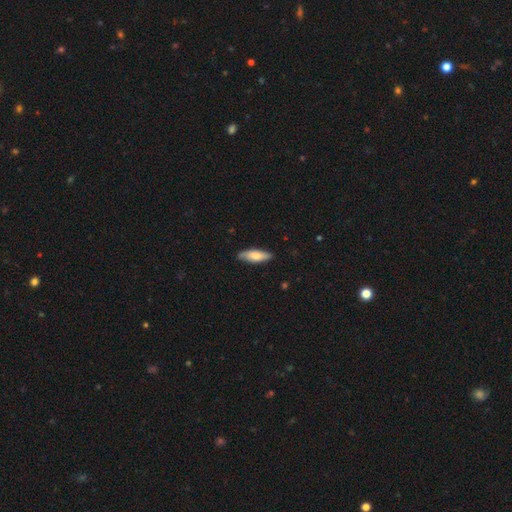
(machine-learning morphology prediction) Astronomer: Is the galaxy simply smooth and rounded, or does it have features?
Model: smooth — 69%.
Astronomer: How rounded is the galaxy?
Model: in between — 59% (runner-up: cigar-shaped, 39%).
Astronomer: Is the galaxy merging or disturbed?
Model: none — 82%.